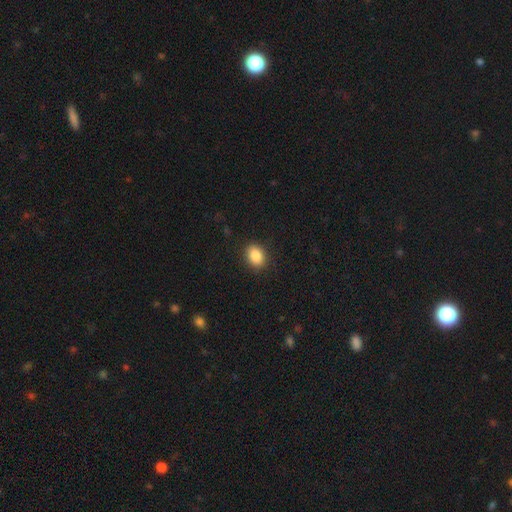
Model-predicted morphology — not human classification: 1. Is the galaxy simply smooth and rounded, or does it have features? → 87% smooth, 9% star or artifact, 5% featured or disk.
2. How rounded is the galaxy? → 69% in between, 30% round, 1% cigar-shaped.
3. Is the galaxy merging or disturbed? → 89% none, 8% minor disturbance, 2% major disturbance, 1% merger.